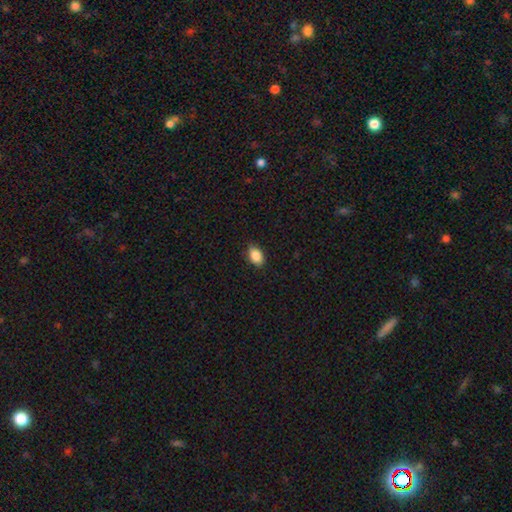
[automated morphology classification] smooth 88%, star or artifact 8%, featured or disk 4%. Down the decision tree: how rounded — in between (85%); merging — none (85%).